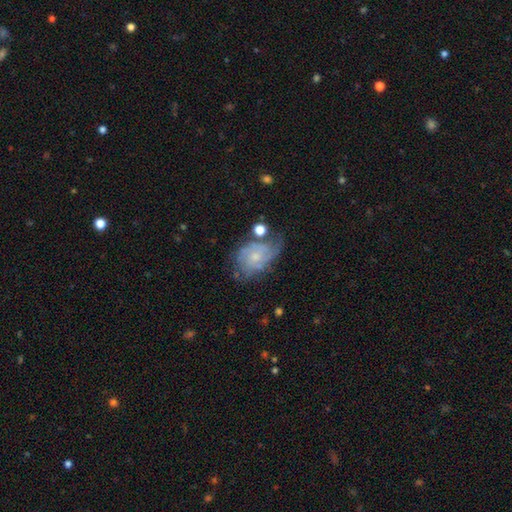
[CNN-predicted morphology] Smooth or featured? Predicted: featured or disk (p=0.67). Edge-on disk? Predicted: no (p=0.97). Bar? Predicted: no (p=0.76). Spiral arms? Predicted: yes (p=0.82). Spiral winding? Predicted: tight (p=0.47). Spiral arm count? Predicted: can't tell (p=0.44). Bulge size? Predicted: small (p=0.66). Merging? Predicted: none (p=0.43).